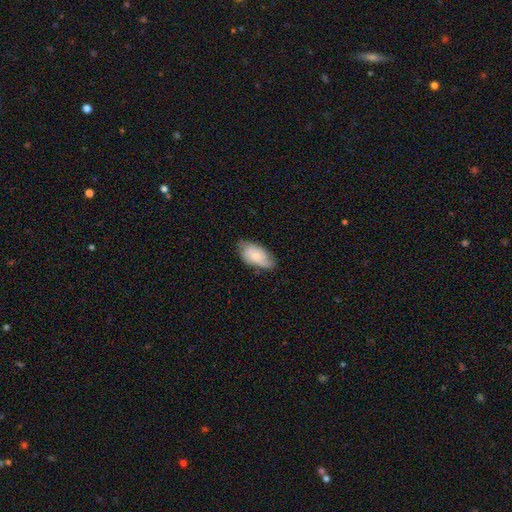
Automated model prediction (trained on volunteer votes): smooth_or_featured: smooth (p=0.58) [alt: featured or disk p=0.36]
how_rounded: in between (p=0.93) [alt: round p=0.04]
merging: none (p=0.61) [alt: minor disturbance p=0.30]